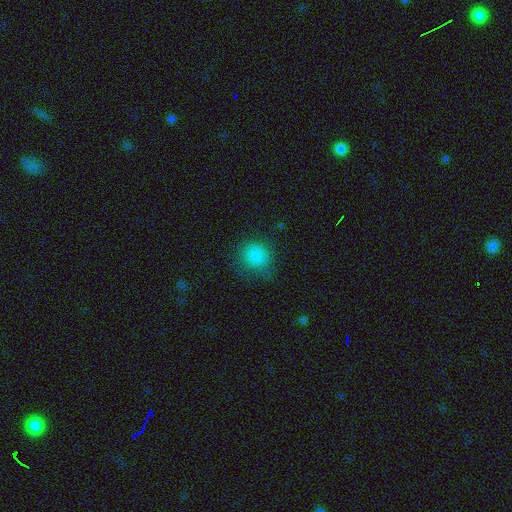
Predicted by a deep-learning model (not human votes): smooth_or_featured: smooth (p=0.84) [alt: star or artifact p=0.11]
how_rounded: round (p=0.86) [alt: in between p=0.13]
merging: none (p=0.73) [alt: minor disturbance p=0.18]